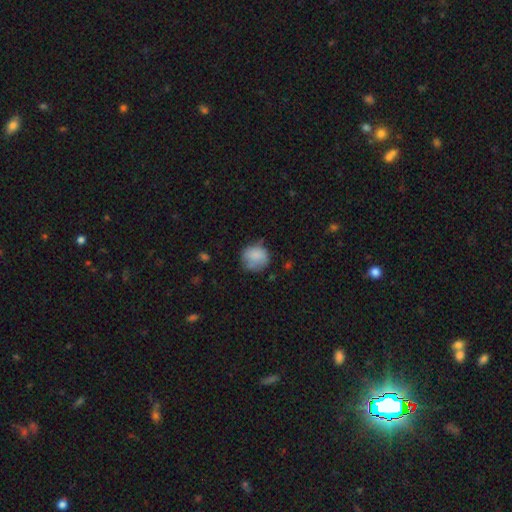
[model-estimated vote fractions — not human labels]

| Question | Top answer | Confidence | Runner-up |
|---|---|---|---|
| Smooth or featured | smooth | 82% | featured or disk (10%) |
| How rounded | round | 82% | in between (17%) |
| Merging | none | 62% | minor disturbance (27%) |